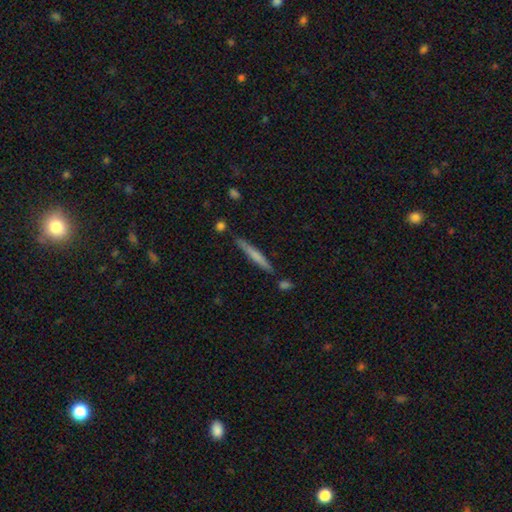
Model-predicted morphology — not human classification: Overall: smooth (60%; featured or disk 35%). How rounded: cigar-shaped (96%). Merging: none (83%).